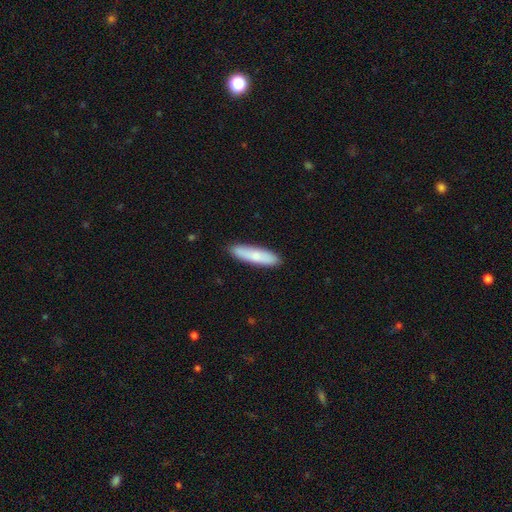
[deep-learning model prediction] The model was most divided on "smooth or featured": smooth: 72%, featured or disk: 22%, star or artifact: 6%. More confident: merging — none (89%); how rounded — cigar-shaped (76%).